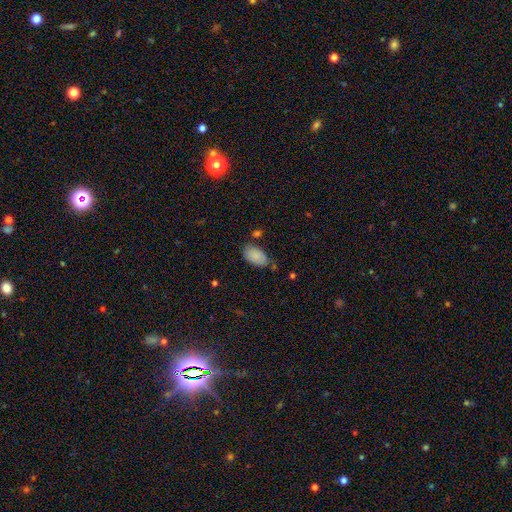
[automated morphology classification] smooth-or-featured: smooth: 86% | star or artifact: 7% | featured or disk: 7%
  how-rounded: in between: 94% | round: 4% | cigar-shaped: 2%
  merging: none: 68% | minor disturbance: 22% | merger: 6% | major disturbance: 5%